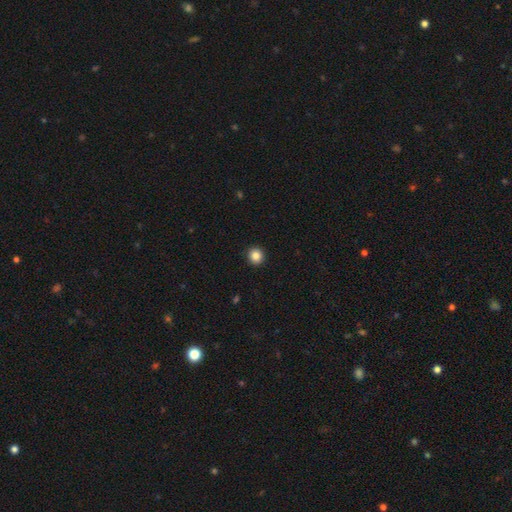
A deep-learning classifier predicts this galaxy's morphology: smooth-or-featured: smooth: 85% | star or artifact: 10% | featured or disk: 4%
  how-rounded: round: 93% | in between: 6% | cigar-shaped: 1%
  merging: none: 93% | minor disturbance: 4% | major disturbance: 1% | merger: 1%